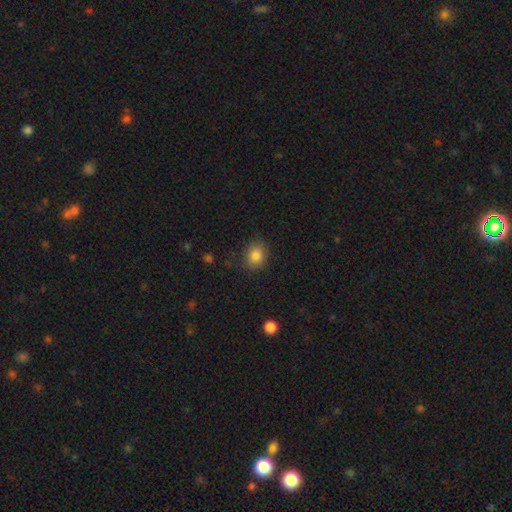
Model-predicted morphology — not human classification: This is clearly a smooth galaxy (83%). How rounded: possibly round (57%). Merging: clearly none (84%).